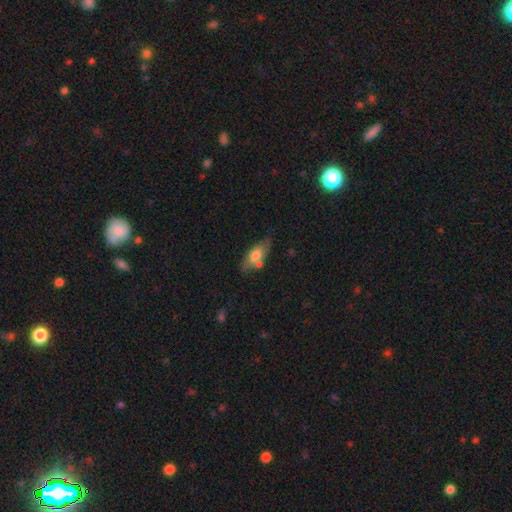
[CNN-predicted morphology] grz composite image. It shows a smooth galaxy with no disk features (62%) that is in between round and cigar-shaped (81%). Merging: none (53%).